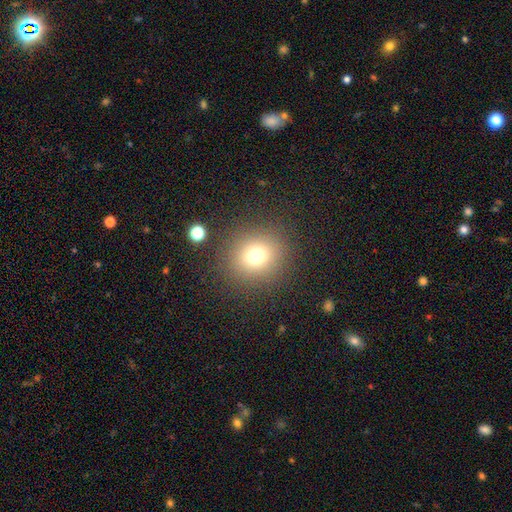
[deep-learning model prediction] A smooth galaxy with no disk features (73%) that is round (86%). Merging: none (87%).